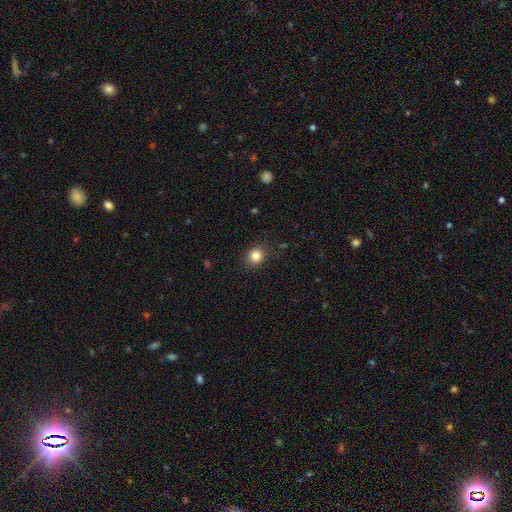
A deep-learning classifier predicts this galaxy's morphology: The model was most divided on "how rounded": round: 73%, in between: 26%, cigar-shaped: 1%. More confident: merging — none (88%); smooth or featured — smooth (84%).